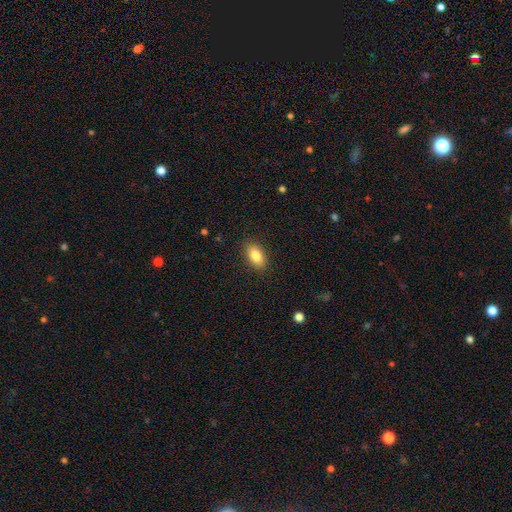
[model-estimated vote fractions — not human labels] Overall: smooth (84%). How rounded: in between (89%). Merging: none (87%).